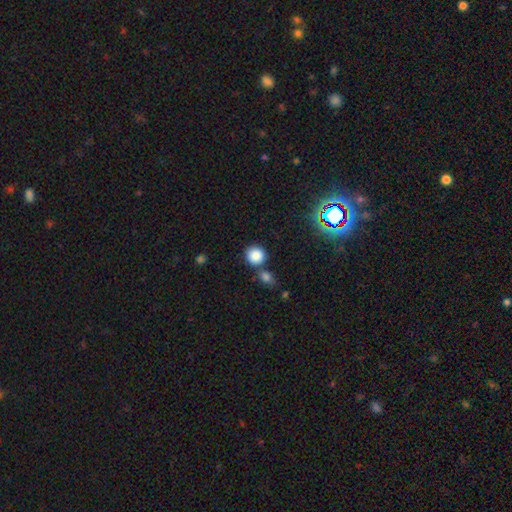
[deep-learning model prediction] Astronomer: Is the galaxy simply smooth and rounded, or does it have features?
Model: smooth — 85%.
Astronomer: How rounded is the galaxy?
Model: round — 88%.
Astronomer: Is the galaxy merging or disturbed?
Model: none — 71%.